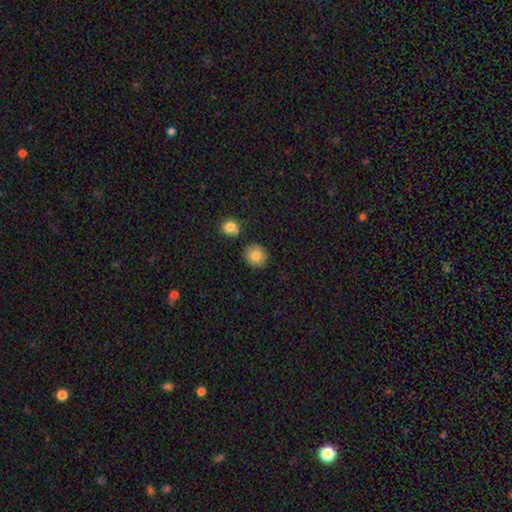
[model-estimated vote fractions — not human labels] A smooth galaxy with no disk features (84%) that is round (86%). Merging: none (85%).